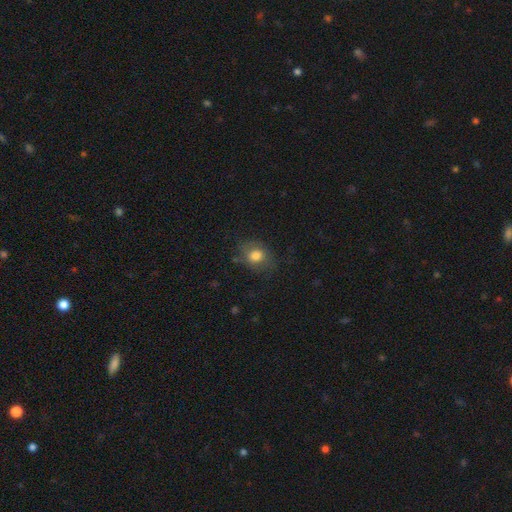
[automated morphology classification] Q: Smooth or featured?
A: smooth (74%); runner-up: featured or disk (16%)
Q: How rounded?
A: round (56%); runner-up: in between (43%)
Q: Merging?
A: none (61%); runner-up: minor disturbance (24%)